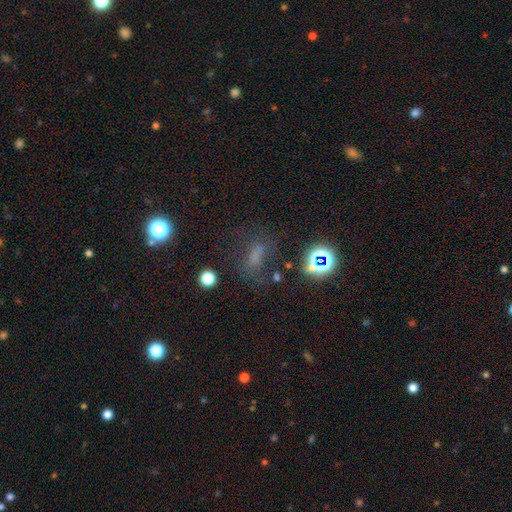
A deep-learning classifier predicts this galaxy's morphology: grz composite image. It shows a smooth galaxy with no disk features (45%). Merging: none (57%).